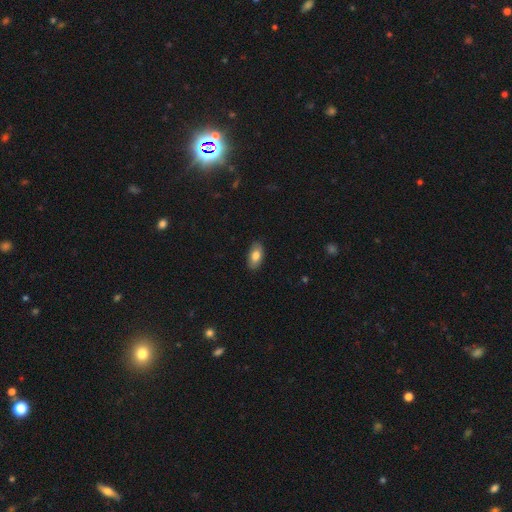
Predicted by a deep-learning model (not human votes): This is likely a smooth galaxy (79%). How rounded: clearly in between (93%). Merging: clearly none (88%).